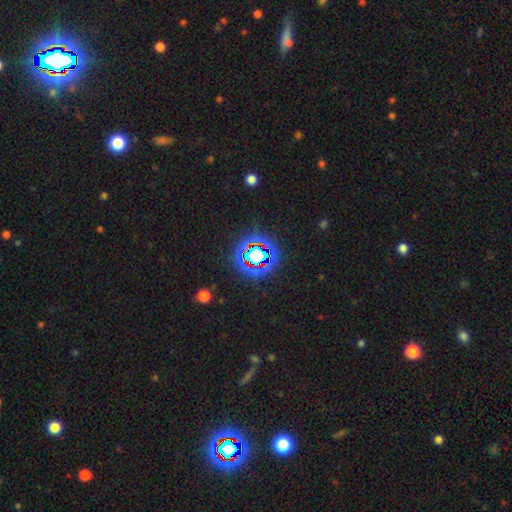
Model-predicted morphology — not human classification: Overall: star or artifact (72%).